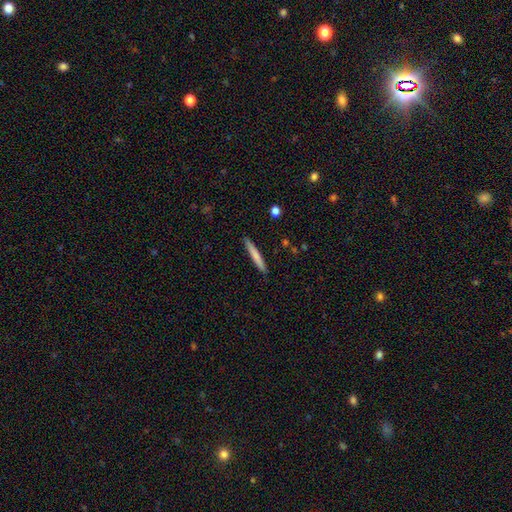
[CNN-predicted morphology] Smooth or featured? Predicted: smooth (p=0.72). How rounded? Predicted: cigar-shaped (p=0.96). Merging? Predicted: none (p=0.90).